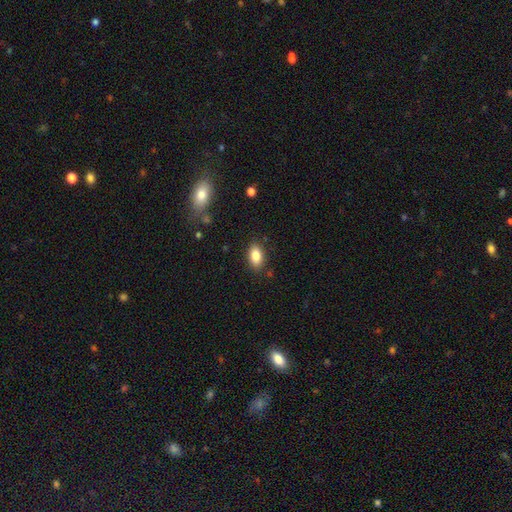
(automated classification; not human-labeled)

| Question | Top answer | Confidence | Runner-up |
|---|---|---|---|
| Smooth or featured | smooth | 85% | star or artifact (8%) |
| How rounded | in between | 90% | round (7%) |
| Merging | none | 86% | minor disturbance (10%) |